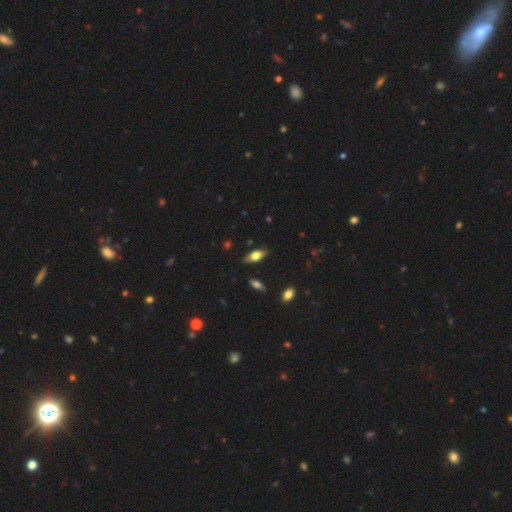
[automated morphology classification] This appears to be a smooth galaxy with no disk features (61%) that is in between round and cigar-shaped (78%). Merging: none (84%).